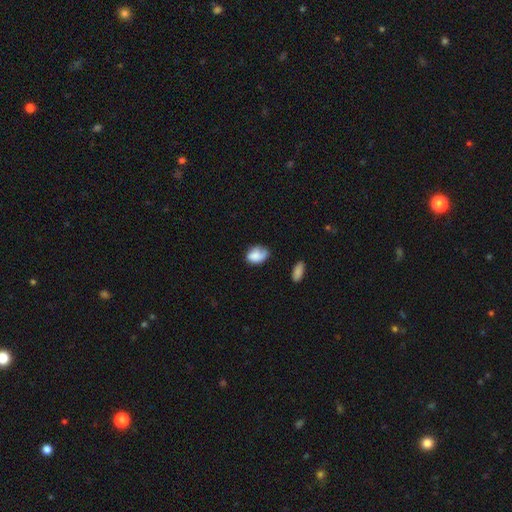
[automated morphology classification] Smooth or featured? smooth (74%)
How rounded? in between (79%)
Merging? none (45%)